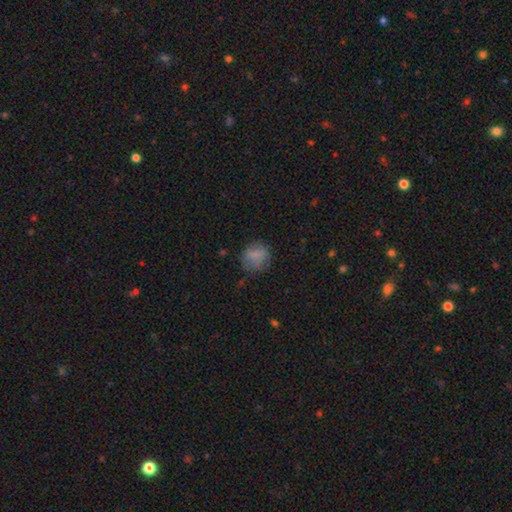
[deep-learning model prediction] Q: Smooth or featured?
A: smooth (76%); runner-up: featured or disk (13%)
Q: How rounded?
A: round (74%); runner-up: in between (24%)
Q: Merging?
A: none (67%); runner-up: minor disturbance (21%)